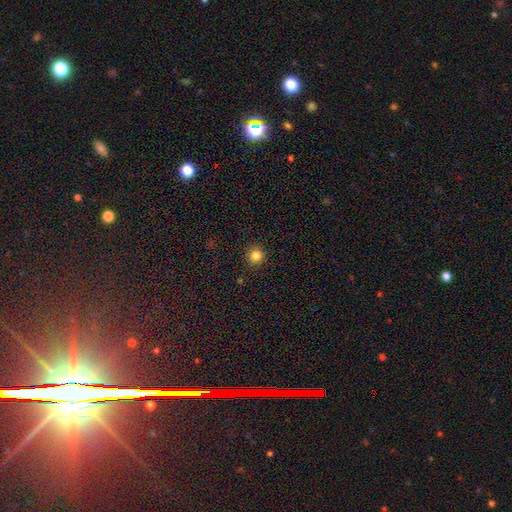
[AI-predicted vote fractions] Overall: smooth (83%). How rounded: round (94%). Merging: none (92%).